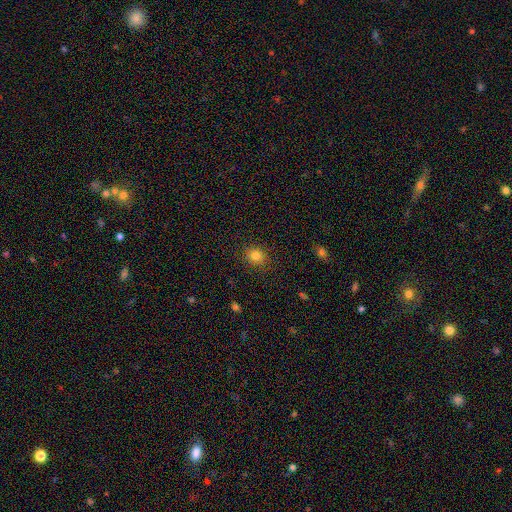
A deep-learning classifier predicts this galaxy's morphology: Smooth or featured: smooth — 82% (star or artifact — 12%)
How rounded: round — 78% (in between — 21%)
Merging: none — 89% (minor disturbance — 7%)